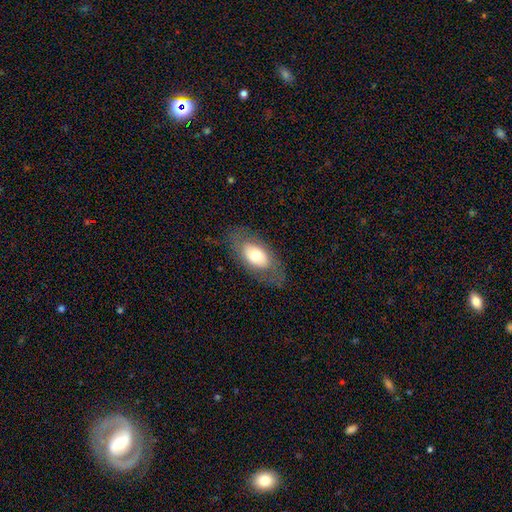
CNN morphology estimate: type=smooth (61%); roundness=in between (91%); merging=none (75%).